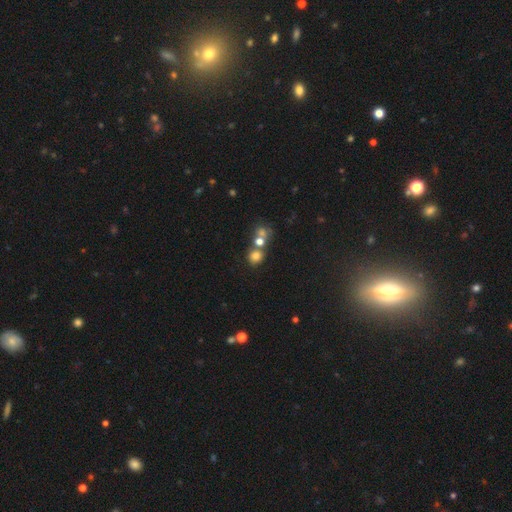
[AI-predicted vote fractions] Smooth or featured? Predicted: smooth (p=0.74). How rounded? Predicted: round (p=0.78). Merging? Predicted: none (p=0.52).